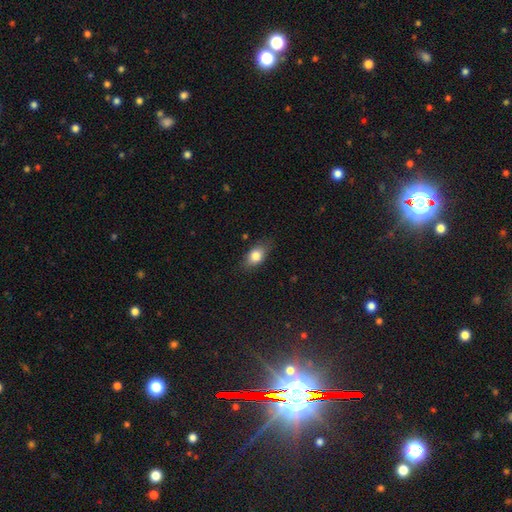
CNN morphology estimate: Smooth or featured? Predicted: smooth (p=0.80). How rounded? Predicted: in between (p=0.82). Merging? Predicted: none (p=0.78).